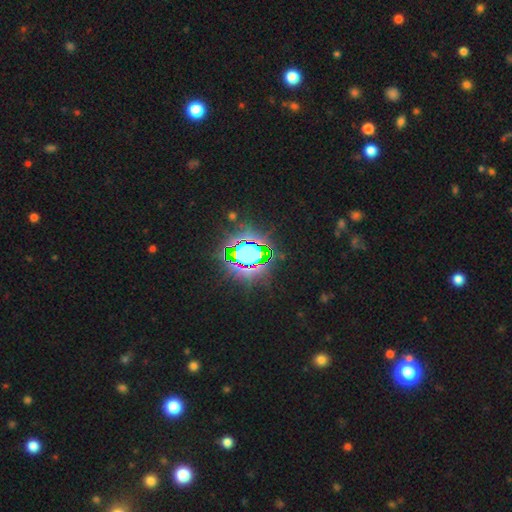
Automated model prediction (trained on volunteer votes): Smooth or featured?
  - star or artifact: 78% *
  - smooth: 14%
  - featured or disk: 9%